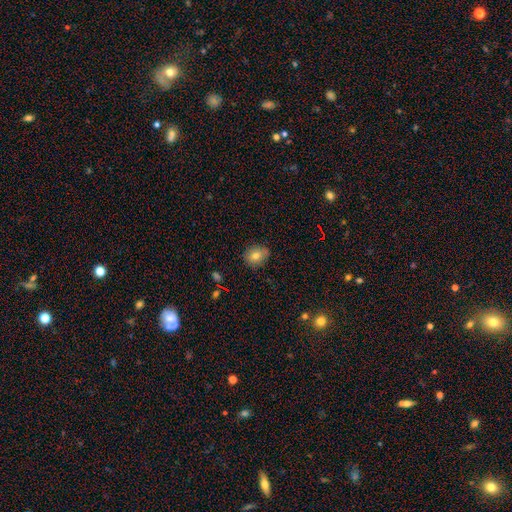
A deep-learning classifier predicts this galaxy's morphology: Smooth or featured: smooth — 77% (featured or disk — 13%)
How rounded: round — 50% (in between — 48%)
Merging: none — 81% (minor disturbance — 15%)